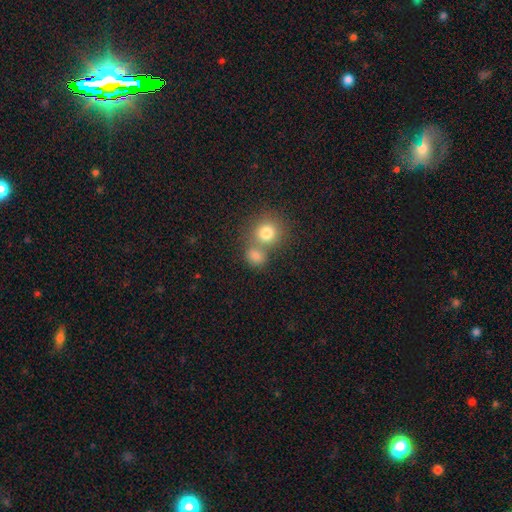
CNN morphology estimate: smooth_or_featured: smooth (p=0.80) [alt: star or artifact p=0.12]
how_rounded: round (p=0.73) [alt: in between p=0.26]
merging: none (p=0.44) [tied with: merger p=0.44]